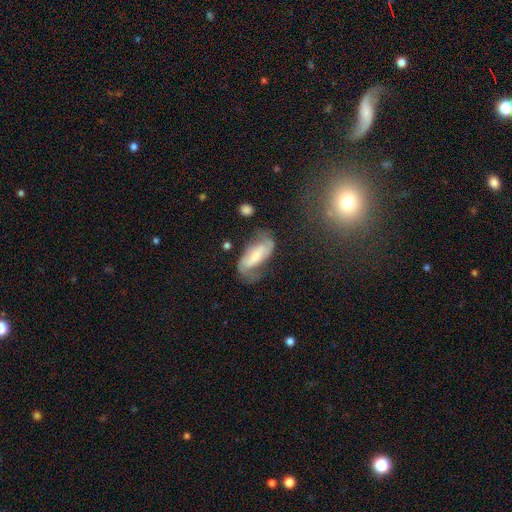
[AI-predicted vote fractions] This is possibly a featured or disk galaxy (60%). It is clearly not viewed edge-on (89%). Bar: marginally strong (35%). Spiral arm pattern: clearly yes (80%). Central bulge: possibly small (46%). Merging: possibly none (49%).